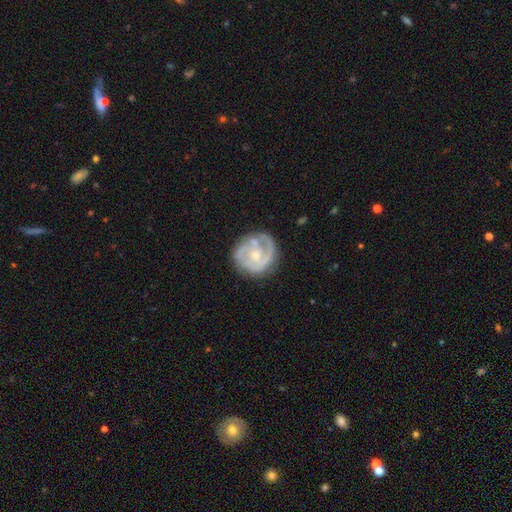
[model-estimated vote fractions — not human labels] This appears to be a featured or disk galaxy (79%) with no bar (68%), 2 (42%) tight (49%) spiral arms (86%) and a small central bulge (64%). Merging: none (69%).